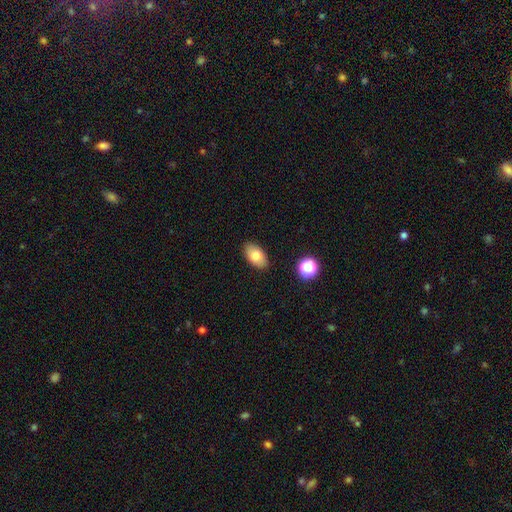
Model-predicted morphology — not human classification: Smooth or featured?
  - smooth: 77% *
  - featured or disk: 14%
  - star or artifact: 8%
How rounded?
  - in between: 92% *
  - round: 6%
  - cigar-shaped: 2%
Merging?
  - none: 87% *
  - minor disturbance: 9%
  - major disturbance: 2%
  - merger: 2%